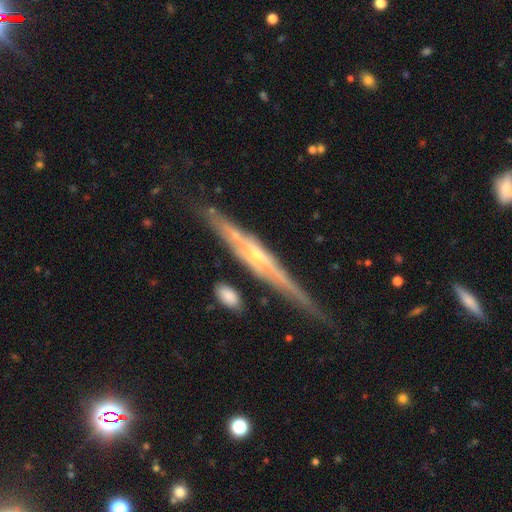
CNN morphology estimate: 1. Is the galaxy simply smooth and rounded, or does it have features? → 82% featured or disk, 12% smooth, 6% star or artifact.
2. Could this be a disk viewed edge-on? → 95% yes, 5% no.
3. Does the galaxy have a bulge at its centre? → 60% rounded, 26% none, 15% boxy.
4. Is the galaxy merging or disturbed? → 78% none, 15% minor disturbance, 4% merger, 3% major disturbance.